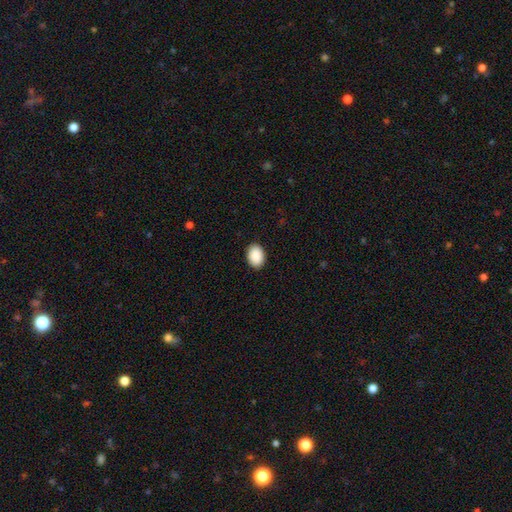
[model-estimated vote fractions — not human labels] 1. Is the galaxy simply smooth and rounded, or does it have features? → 91% smooth, 7% star or artifact, 3% featured or disk.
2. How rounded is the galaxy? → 78% in between, 22% round, 1% cigar-shaped.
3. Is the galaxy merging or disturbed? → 91% none, 7% minor disturbance, 2% major disturbance, 1% merger.